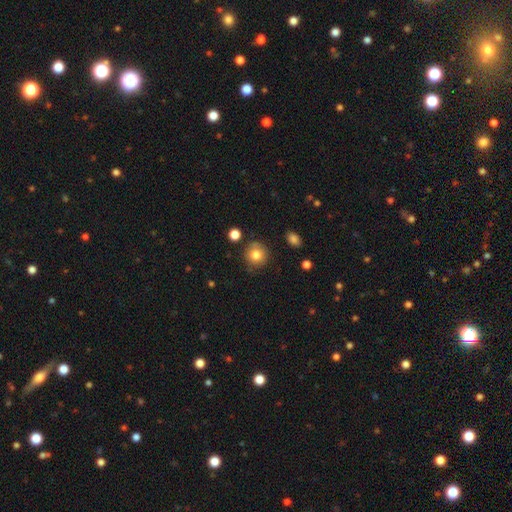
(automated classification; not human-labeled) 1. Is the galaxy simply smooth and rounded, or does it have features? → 80% smooth, 10% star or artifact, 10% featured or disk.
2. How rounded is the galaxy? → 92% round, 7% in between, 1% cigar-shaped.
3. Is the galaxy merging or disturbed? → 83% none, 12% minor disturbance, 3% major disturbance, 3% merger.